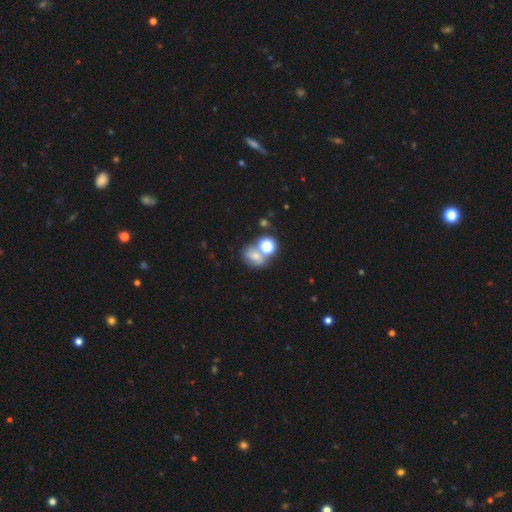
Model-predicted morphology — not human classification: Q: Smooth or featured?
A: smooth (62%); runner-up: star or artifact (20%)
Q: How rounded?
A: in between (51%); runner-up: round (48%)
Q: Merging?
A: none (41%); runner-up: merger (38%)